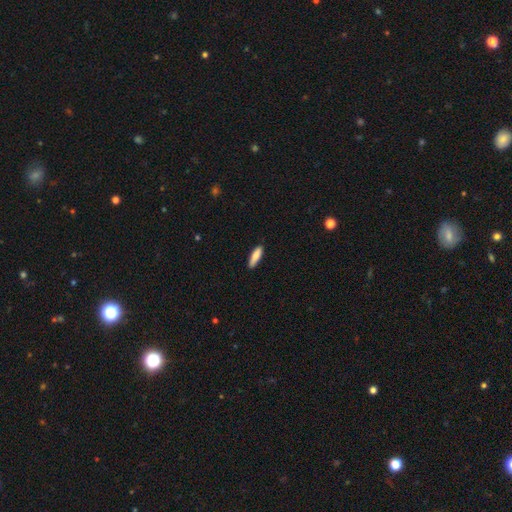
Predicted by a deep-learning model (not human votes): The model was most divided on "how rounded": cigar-shaped: 64%, in between: 34%, round: 2%. More confident: merging — none (88%); smooth or featured — smooth (82%).